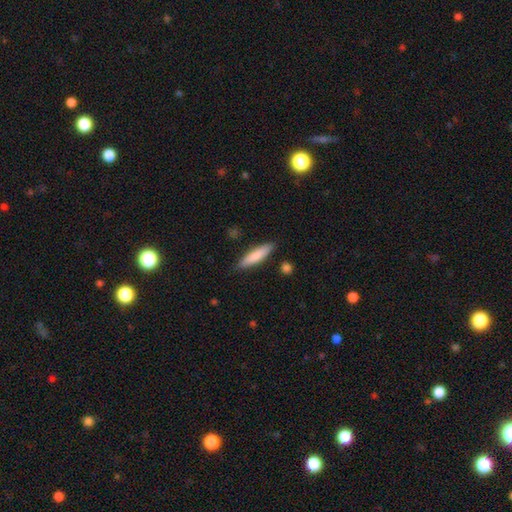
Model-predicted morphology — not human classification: A smooth galaxy with no disk features (77%) that is cigar-shaped (79%). Merging: none (87%).